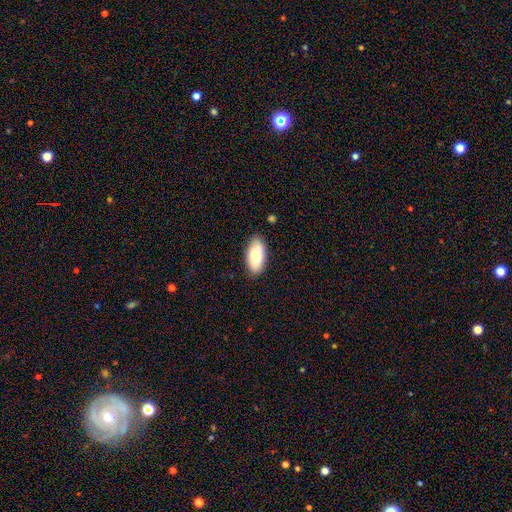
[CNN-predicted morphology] The model was most divided on "smooth or featured": smooth: 81%, featured or disk: 13%, star or artifact: 6%. More confident: how rounded — in between (93%); merging — none (86%).